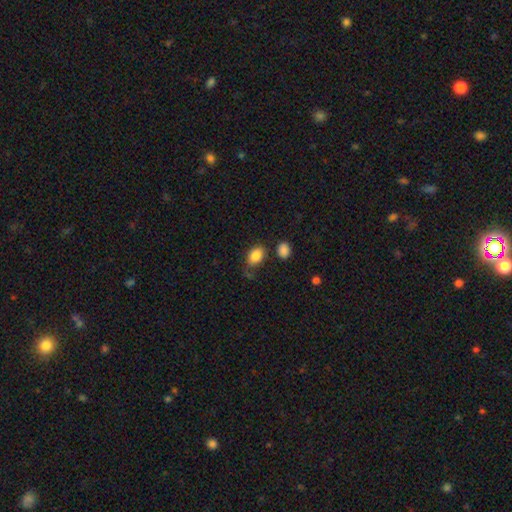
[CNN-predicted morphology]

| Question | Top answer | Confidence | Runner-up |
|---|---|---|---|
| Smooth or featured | smooth | 85% | star or artifact (8%) |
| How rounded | in between | 77% | round (21%) |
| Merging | none | 67% | minor disturbance (19%) |